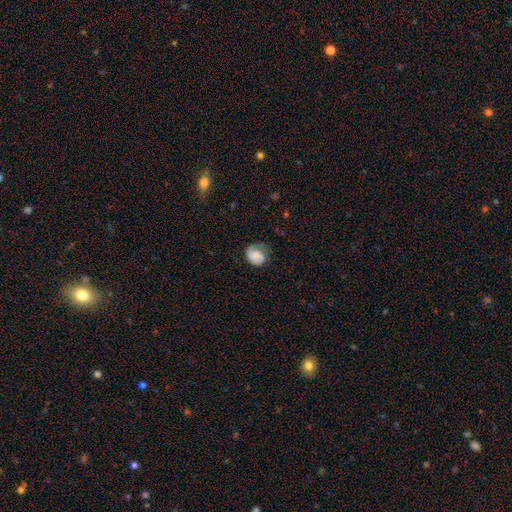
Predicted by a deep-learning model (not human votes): Q: Smooth or featured?
A: smooth (62%); runner-up: featured or disk (30%)
Q: How rounded?
A: round (61%); runner-up: in between (38%)
Q: Merging?
A: none (49%); runner-up: minor disturbance (29%)